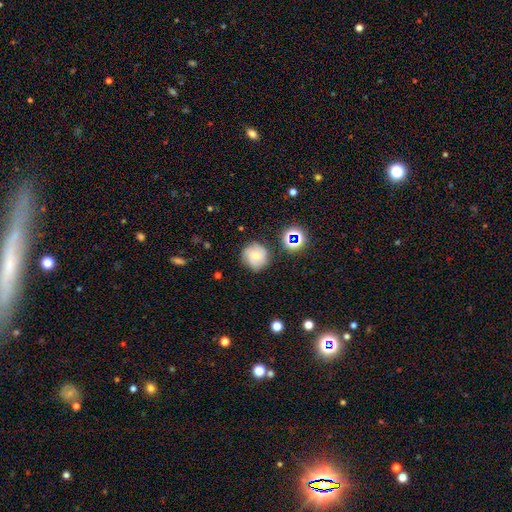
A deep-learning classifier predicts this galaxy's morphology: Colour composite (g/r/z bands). It shows a smooth galaxy with no disk features (54%) that is round (92%). Merging: none (78%).